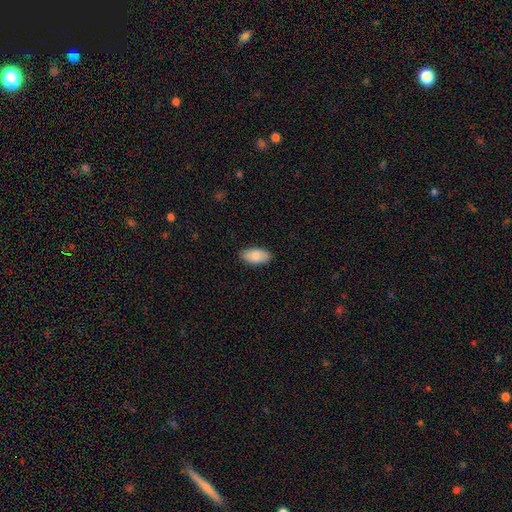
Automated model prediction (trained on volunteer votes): smooth 85%, featured or disk 9%, star or artifact 6%. Down the decision tree: how rounded — in between (94%); merging — none (87%).